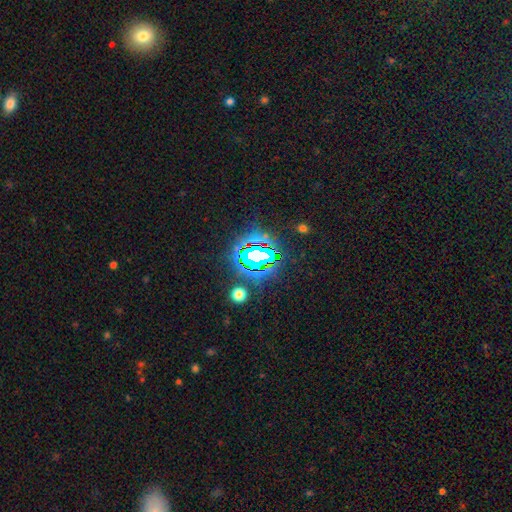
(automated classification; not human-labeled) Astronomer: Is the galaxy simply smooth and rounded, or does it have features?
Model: star or artifact — 67%.